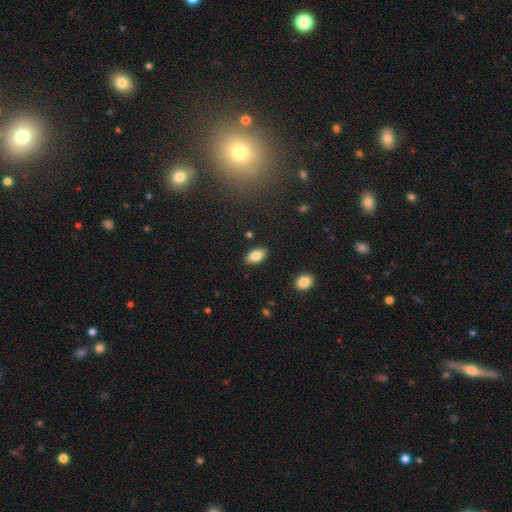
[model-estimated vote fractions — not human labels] Smooth or featured? Predicted: smooth (p=0.84). How rounded? Predicted: in between (p=0.93). Merging? Predicted: none (p=0.87).